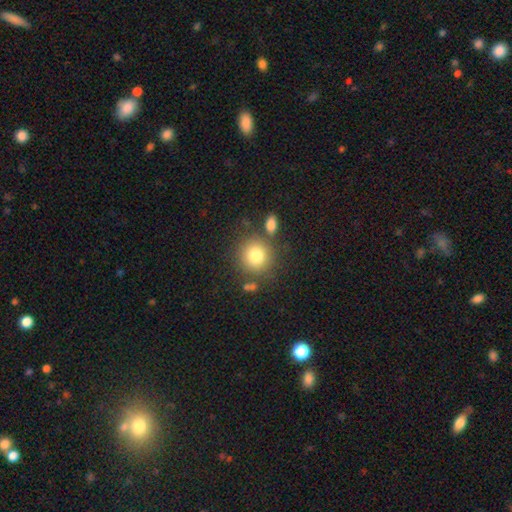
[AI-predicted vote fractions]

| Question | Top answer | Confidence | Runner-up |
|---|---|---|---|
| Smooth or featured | smooth | 80% | featured or disk (10%) |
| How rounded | round | 90% | in between (9%) |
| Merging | none | 75% | merger (11%) |